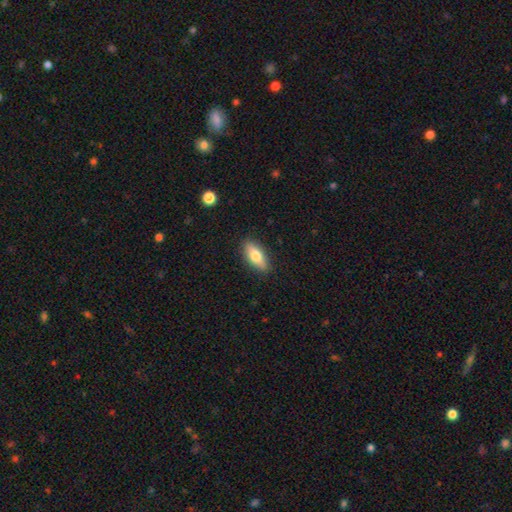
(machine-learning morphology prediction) The model was most divided on "smooth or featured": smooth: 71%, featured or disk: 23%, star or artifact: 6%. More confident: merging — none (88%); how rounded — in between (77%).